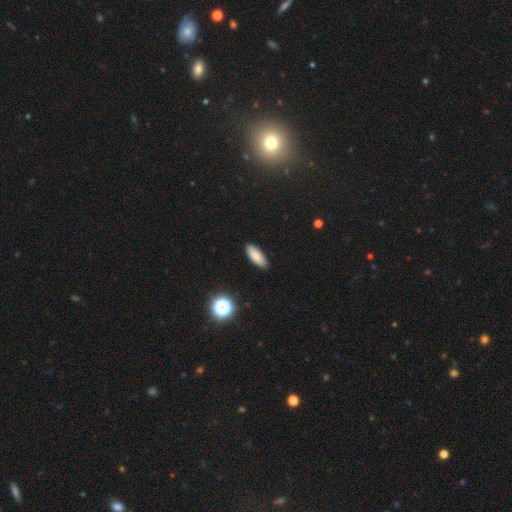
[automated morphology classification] Overall: smooth (84%). How rounded: in between (74%). Merging: none (89%).